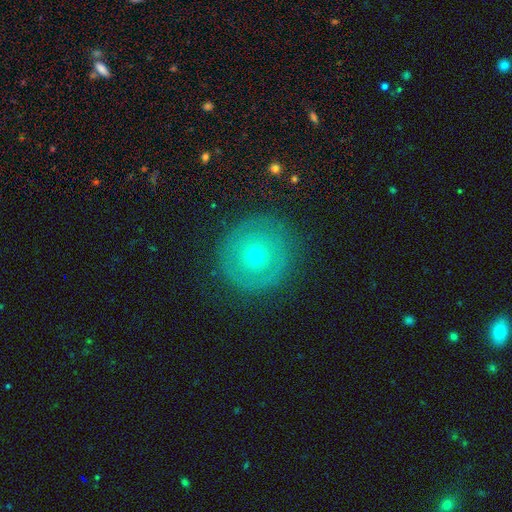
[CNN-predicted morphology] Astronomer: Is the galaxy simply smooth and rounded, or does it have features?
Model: smooth — 46% (runner-up: featured or disk, 43%).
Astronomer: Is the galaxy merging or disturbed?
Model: none — 84%.